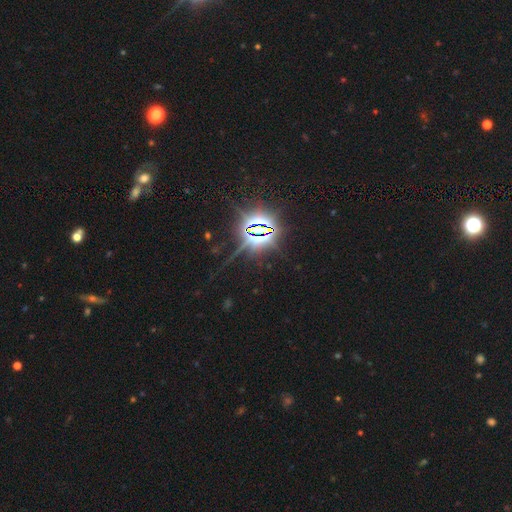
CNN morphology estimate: smooth_or_featured: star or artifact (p=0.83) [alt: smooth p=0.10]